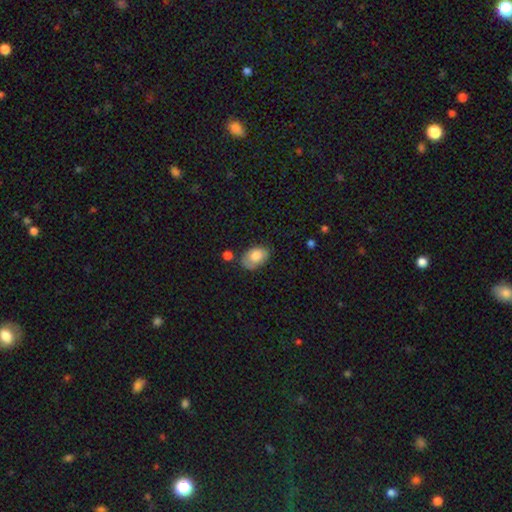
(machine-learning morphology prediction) smooth_or_featured: smooth (p=0.76) [alt: featured or disk p=0.17]
how_rounded: in between (p=0.88) [alt: round p=0.11]
merging: none (p=0.62) [alt: minor disturbance p=0.26]